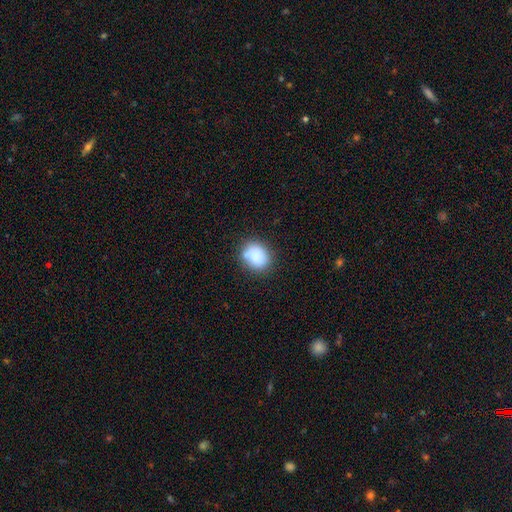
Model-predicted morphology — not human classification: Smooth or featured: smooth — 84% (star or artifact — 9%)
How rounded: round — 50% (in between — 49%)
Merging: none — 70% (minor disturbance — 19%)